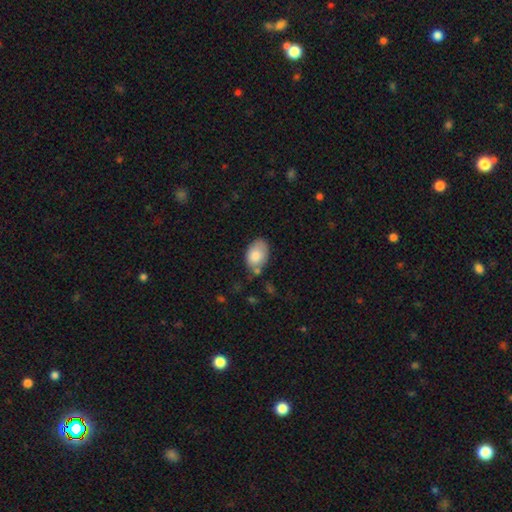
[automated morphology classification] Q: Smooth or featured?
A: smooth (82%); runner-up: featured or disk (11%)
Q: How rounded?
A: in between (87%); runner-up: round (12%)
Q: Merging?
A: none (55%); runner-up: minor disturbance (27%)